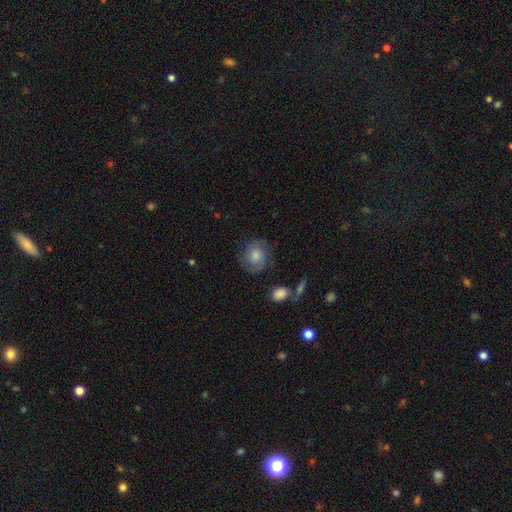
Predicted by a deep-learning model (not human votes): smooth_or_featured: smooth (p=0.54) [alt: featured or disk p=0.37]
how_rounded: round (p=0.76) [alt: in between p=0.23]
merging: none (p=0.73) [alt: minor disturbance p=0.17]